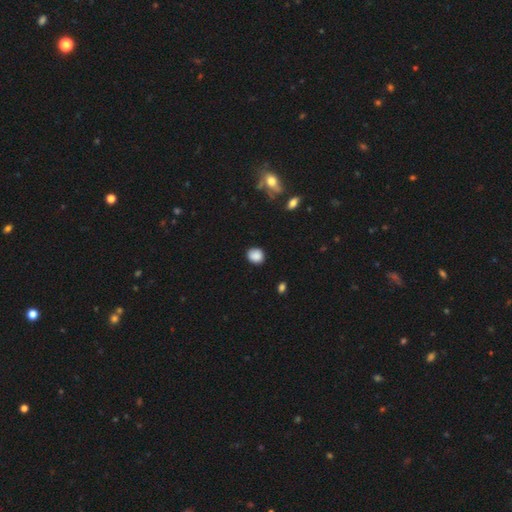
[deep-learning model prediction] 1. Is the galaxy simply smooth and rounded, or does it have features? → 87% smooth, 9% star or artifact, 4% featured or disk.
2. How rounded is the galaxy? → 74% round, 25% in between, 1% cigar-shaped.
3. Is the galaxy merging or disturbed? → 85% none, 11% minor disturbance, 3% major disturbance, 1% merger.